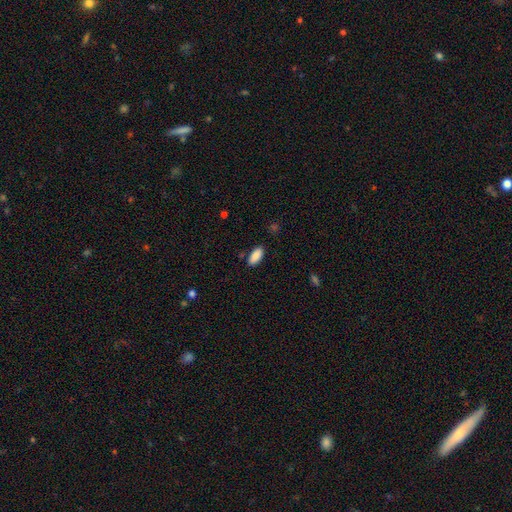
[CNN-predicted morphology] smooth 89%, star or artifact 7%, featured or disk 4%. Down the decision tree: how rounded — in between (87%); merging — none (86%).